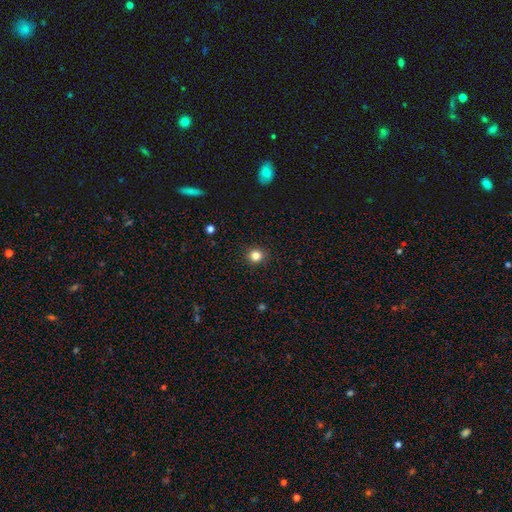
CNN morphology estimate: A smooth galaxy with no disk features (82%) that is round (88%). Merging: none (92%).